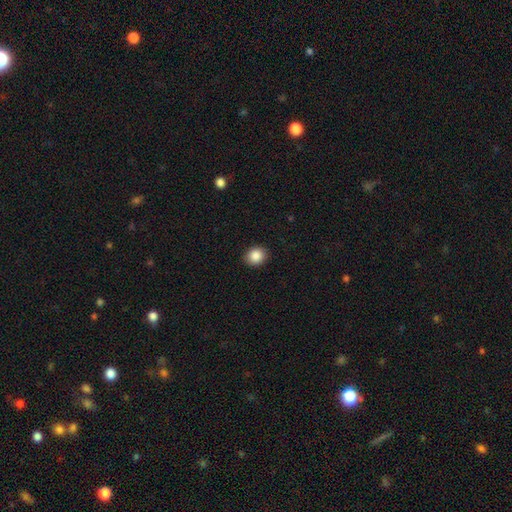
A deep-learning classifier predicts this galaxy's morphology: Smooth or featured: smooth — 87% (star or artifact — 9%)
How rounded: round — 69% (in between — 31%)
Merging: none — 91% (minor disturbance — 7%)